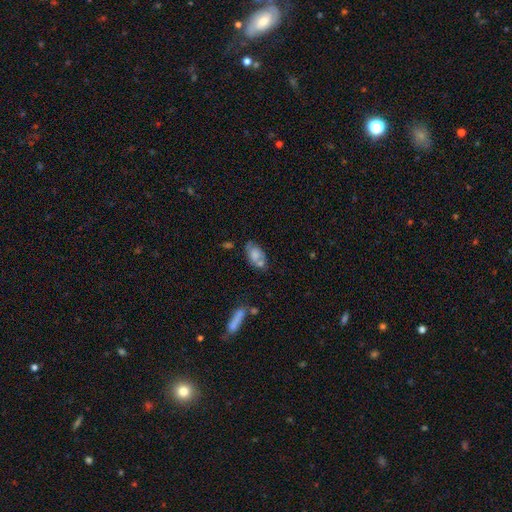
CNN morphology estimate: This is likely a smooth galaxy (65%). How rounded: clearly in between (89%). Merging: possibly none (47%).